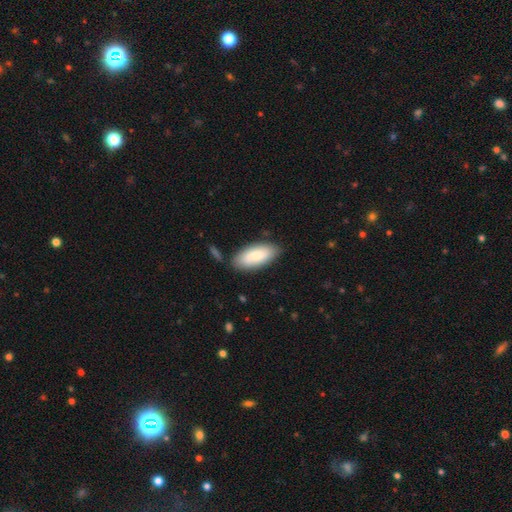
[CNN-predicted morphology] The model was most divided on "merging": none: 80%, minor disturbance: 13%, merger: 4%, major disturbance: 3%. More confident: how rounded — in between (87%); smooth or featured — smooth (83%).